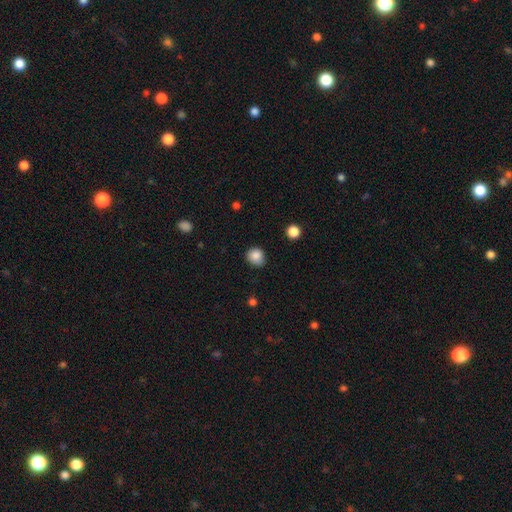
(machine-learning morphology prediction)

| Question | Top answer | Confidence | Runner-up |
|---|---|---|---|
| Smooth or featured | smooth | 86% | star or artifact (10%) |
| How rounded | round | 80% | in between (19%) |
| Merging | none | 79% | minor disturbance (16%) |